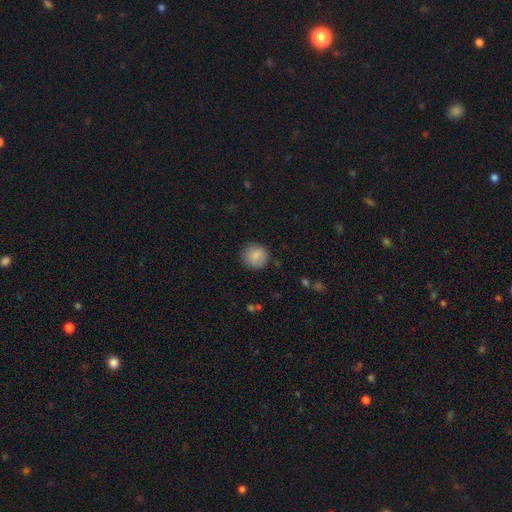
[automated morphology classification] smooth-or-featured: smooth: 86% | star or artifact: 8% | featured or disk: 6%
  how-rounded: round: 92% | in between: 7% | cigar-shaped: 1%
  merging: none: 88% | minor disturbance: 9% | major disturbance: 2% | merger: 1%